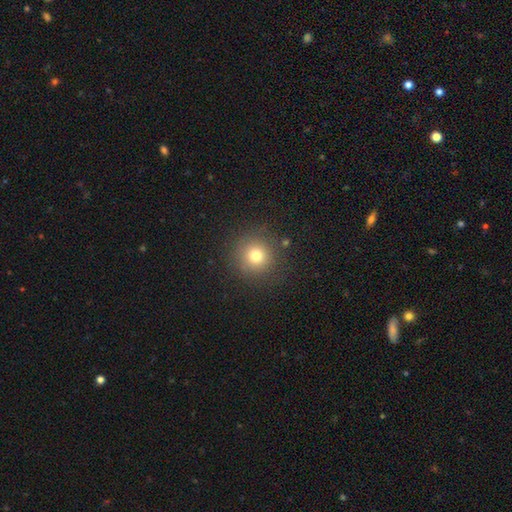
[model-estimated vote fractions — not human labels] smooth 76%, star or artifact 15%, featured or disk 9%. Down the decision tree: how rounded — round (95%); merging — none (87%).